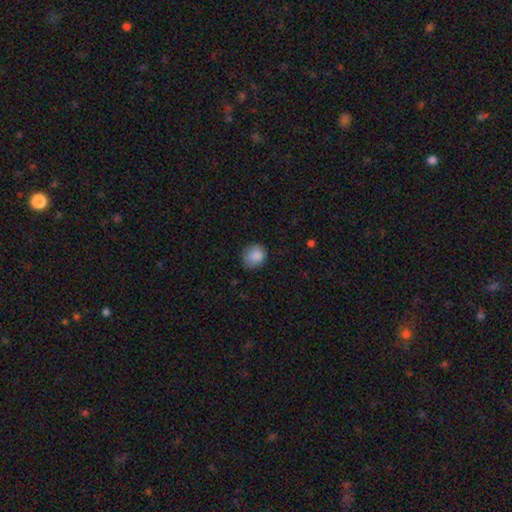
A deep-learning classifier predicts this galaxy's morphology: A smooth galaxy with no disk features (86%) that is round (69%).

Vote fractions:
- Smooth or featured? smooth: 86% / star or artifact: 8% / featured or disk: 5%
- How rounded? round: 69% / in between: 30% / cigar-shaped: 1%
- Merging? none: 72% / minor disturbance: 22% / major disturbance: 5% / merger: 1%